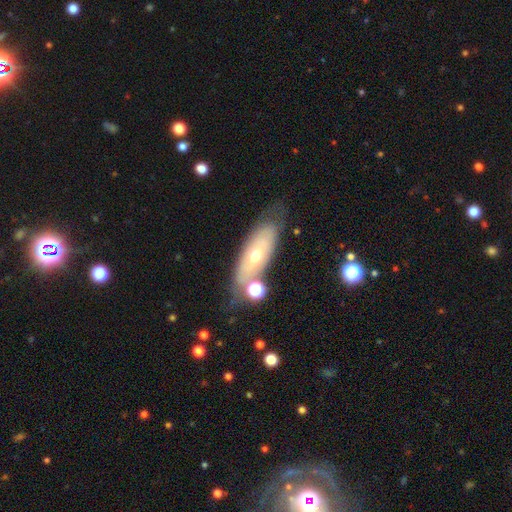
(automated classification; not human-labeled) Q: Smooth or featured?
A: featured or disk (50%); runner-up: smooth (42%)
Q: Merging?
A: none (62%); runner-up: minor disturbance (21%)